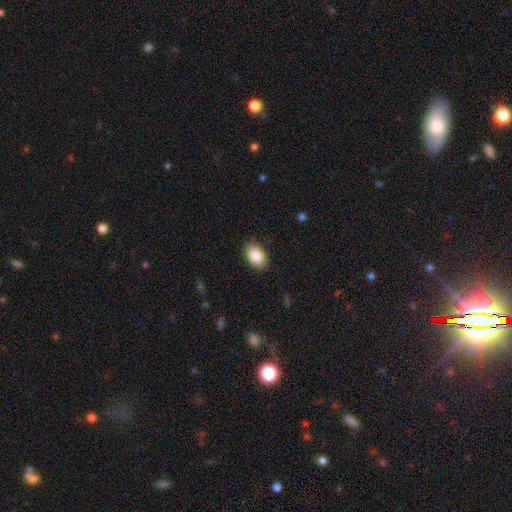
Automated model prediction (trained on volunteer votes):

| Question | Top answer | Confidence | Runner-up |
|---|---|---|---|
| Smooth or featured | smooth | 87% | star or artifact (7%) |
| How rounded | in between | 90% | round (9%) |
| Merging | none | 88% | minor disturbance (9%) |